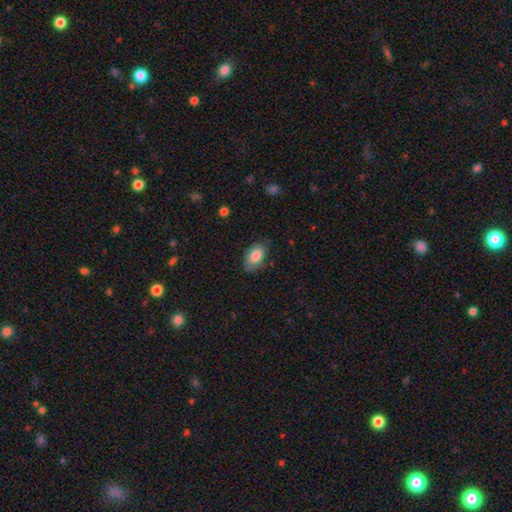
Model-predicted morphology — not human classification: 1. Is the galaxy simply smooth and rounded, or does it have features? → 82% smooth, 12% featured or disk, 7% star or artifact.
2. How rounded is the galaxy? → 92% in between, 6% round, 2% cigar-shaped.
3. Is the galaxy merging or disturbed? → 78% none, 17% minor disturbance, 3% major disturbance, 1% merger.